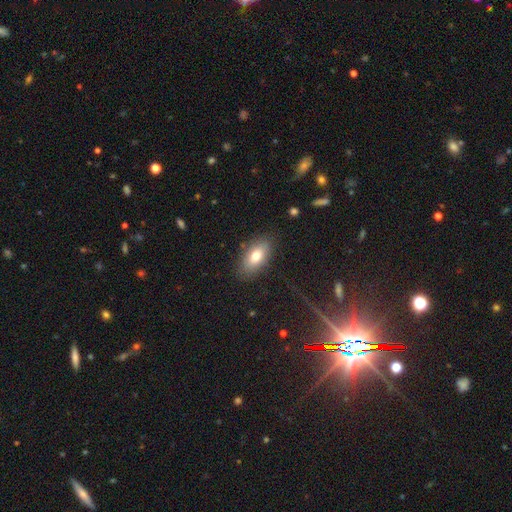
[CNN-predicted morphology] Overall: smooth (76%). How rounded: in between (91%). Merging: none (83%).